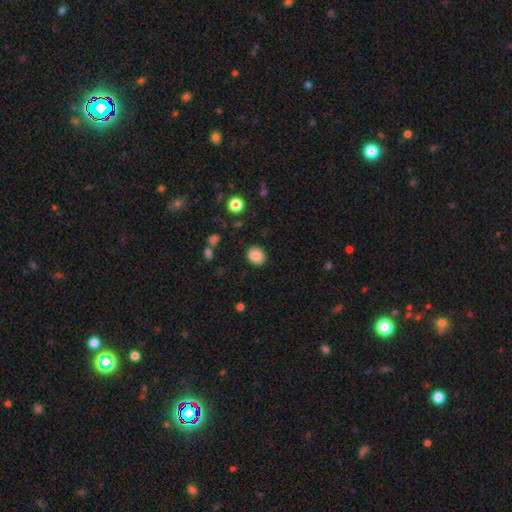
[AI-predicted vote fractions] Smooth or featured? Predicted: smooth (p=0.84). How rounded? Predicted: round (p=0.63). Merging? Predicted: none (p=0.86).